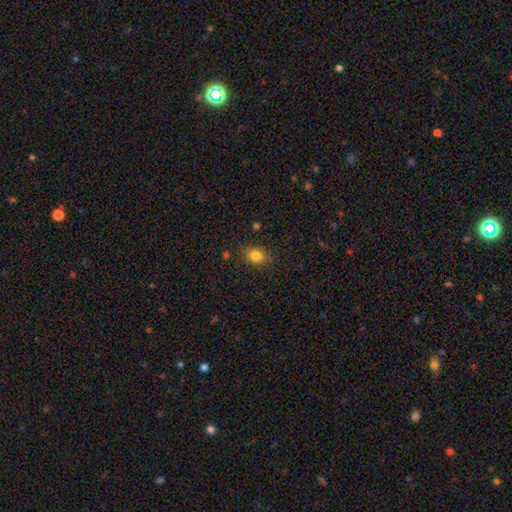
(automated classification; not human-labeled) Smooth or featured: smooth — 81% (star or artifact — 11%)
How rounded: in between — 60% (round — 38%)
Merging: none — 82% (minor disturbance — 13%)